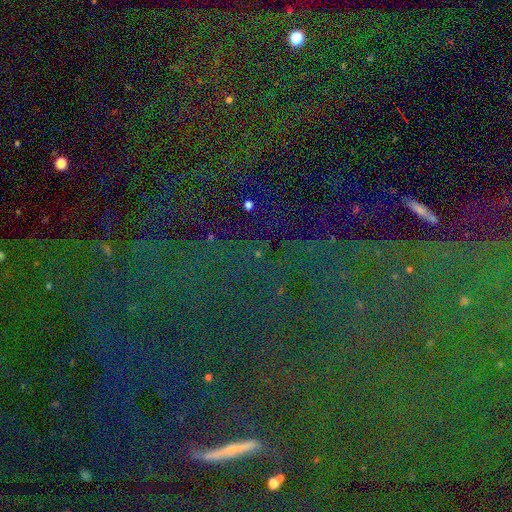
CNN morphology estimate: This is clearly a star or artifact rather than a galaxy (84%).